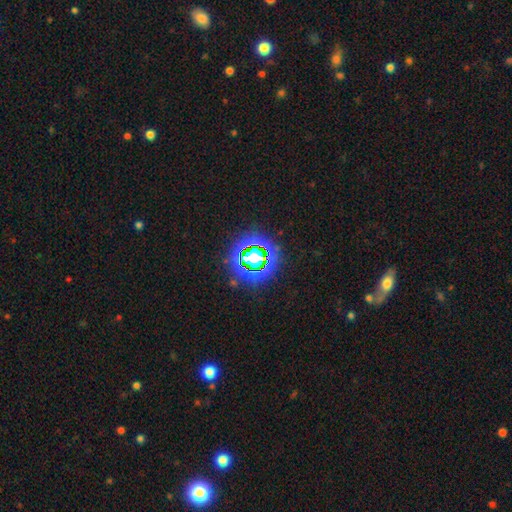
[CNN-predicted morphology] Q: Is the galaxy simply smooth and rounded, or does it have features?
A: star or artifact — 77%.